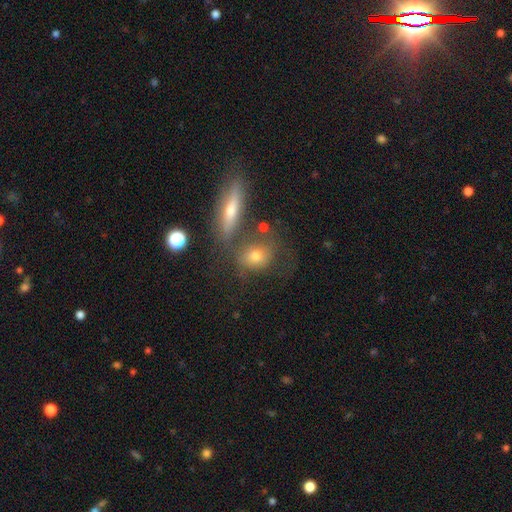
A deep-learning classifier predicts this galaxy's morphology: Smooth or featured? smooth (58%)
How rounded? round (47%)
Merging? none (48%)